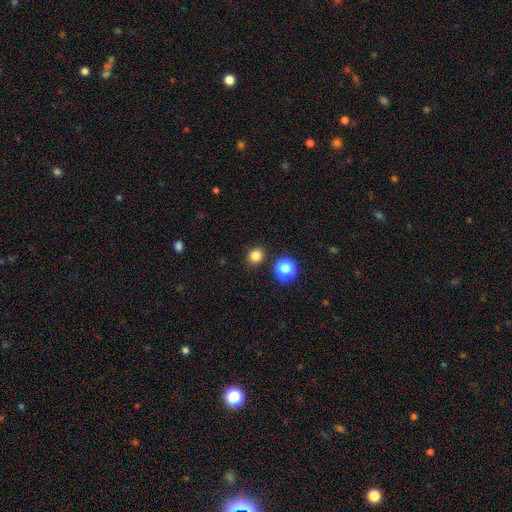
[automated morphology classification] This appears to be a smooth galaxy with no disk features (82%) that is round (84%). Merging: none (88%).